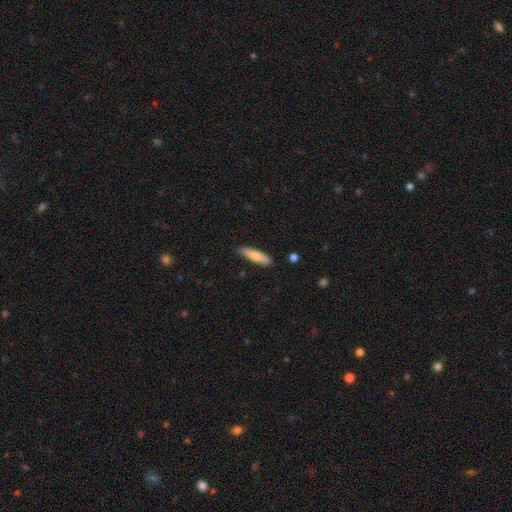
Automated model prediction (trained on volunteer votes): A smooth galaxy with no disk features (77%) that is cigar-shaped (70%).

Vote fractions:
- Smooth or featured? smooth: 77% / featured or disk: 17% / star or artifact: 6%
- How rounded? cigar-shaped: 70% / in between: 29% / round: 2%
- Merging? none: 87% / minor disturbance: 10% / major disturbance: 2% / merger: 1%